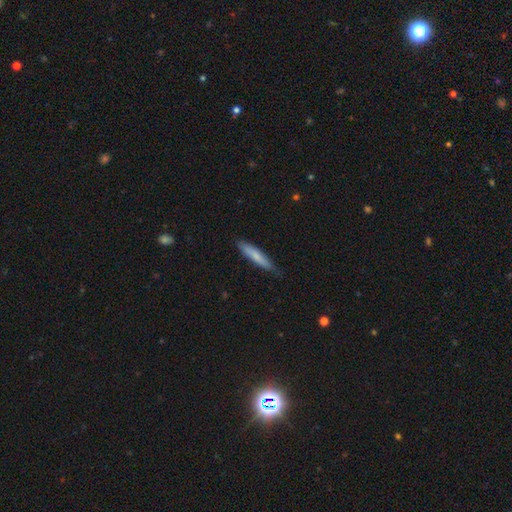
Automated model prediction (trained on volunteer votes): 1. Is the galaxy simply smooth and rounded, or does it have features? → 75% smooth, 20% featured or disk, 6% star or artifact.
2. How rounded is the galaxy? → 88% cigar-shaped, 10% in between, 1% round.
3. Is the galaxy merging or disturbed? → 79% none, 18% minor disturbance, 2% major disturbance, 1% merger.